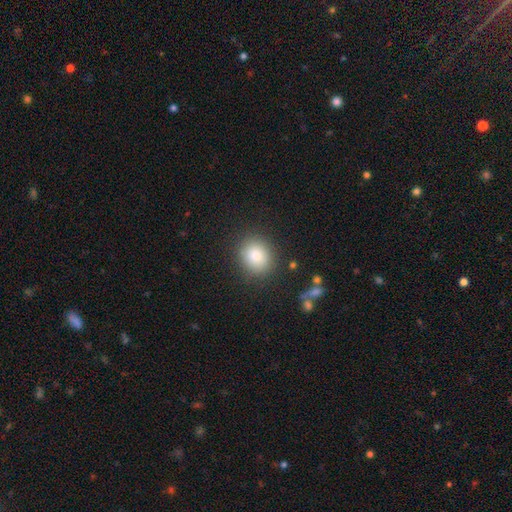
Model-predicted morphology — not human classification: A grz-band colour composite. It shows a smooth galaxy with no disk features (85%) that is round (73%). Merging: none (85%).